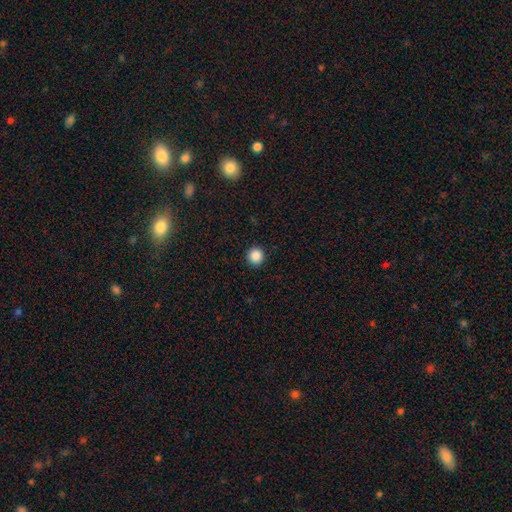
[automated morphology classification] Q: Smooth or featured?
A: smooth (87%); runner-up: star or artifact (10%)
Q: How rounded?
A: round (95%); runner-up: in between (4%)
Q: Merging?
A: none (93%); runner-up: minor disturbance (5%)